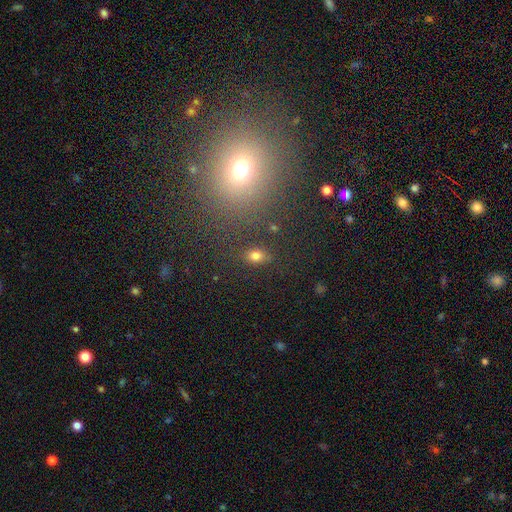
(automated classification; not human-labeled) The model was most divided on "how rounded": in between: 73%, round: 24%, cigar-shaped: 2%. More confident: merging — none (83%); smooth or featured — smooth (77%).